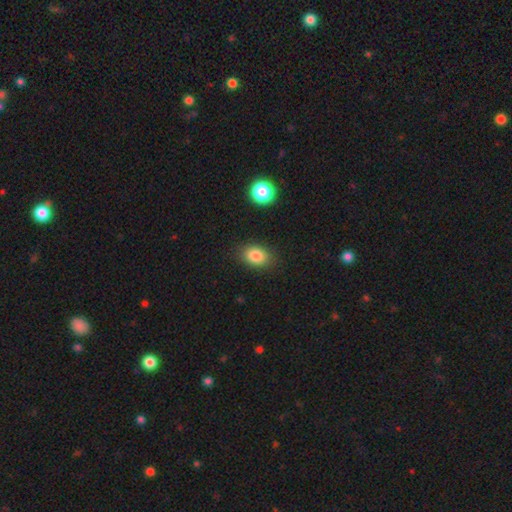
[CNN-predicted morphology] This is clearly a smooth galaxy (85%). How rounded: likely in between (80%). Merging: clearly none (84%).